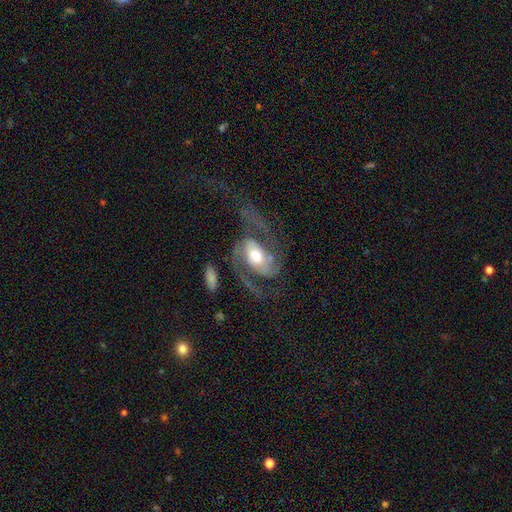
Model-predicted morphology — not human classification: The model was most divided on "spiral winding": medium: 46%, loose: 39%, tight: 15%. Remaining: edge-on disk — no (97%); spiral arms — yes (96%); smooth or featured — featured or disk (87%); spiral arm count — 2 (85%); bulge size — moderate (60%); merging — none (49%); bar — no (45%).